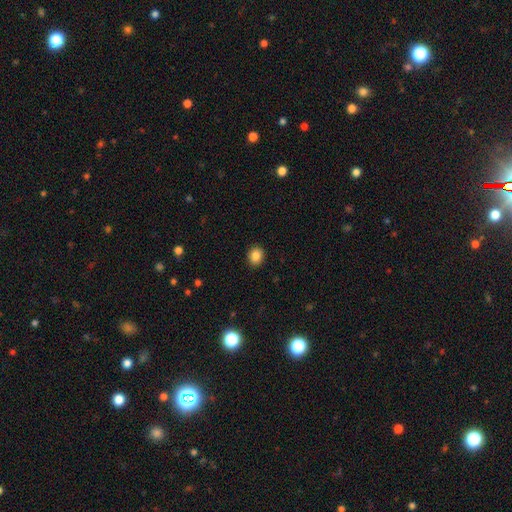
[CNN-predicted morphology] This appears to be a smooth galaxy with no disk features (87%) that is round (58%). Merging: none (90%).